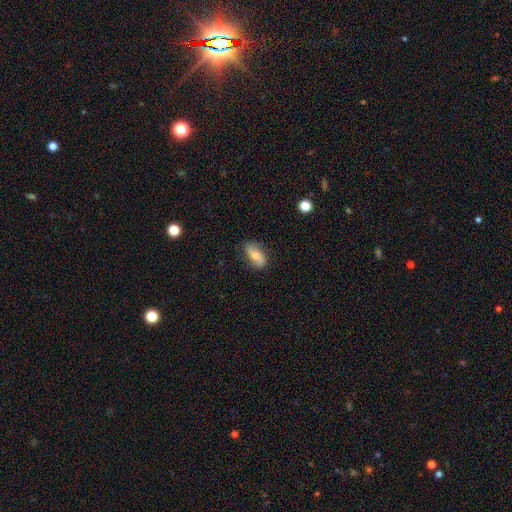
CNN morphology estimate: Smooth or featured?
  - featured or disk: 48% *
  - smooth: 45%
  - star or artifact: 8%
Merging?
  - none: 77% *
  - minor disturbance: 18%
  - major disturbance: 4%
  - merger: 1%